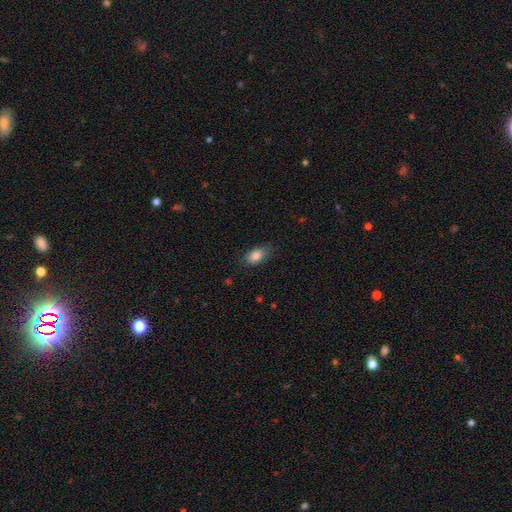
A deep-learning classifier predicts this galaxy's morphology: The model was most divided on "merging": none: 79%, minor disturbance: 17%, major disturbance: 3%, merger: 1%. More confident: how rounded — in between (90%); smooth or featured — smooth (84%).